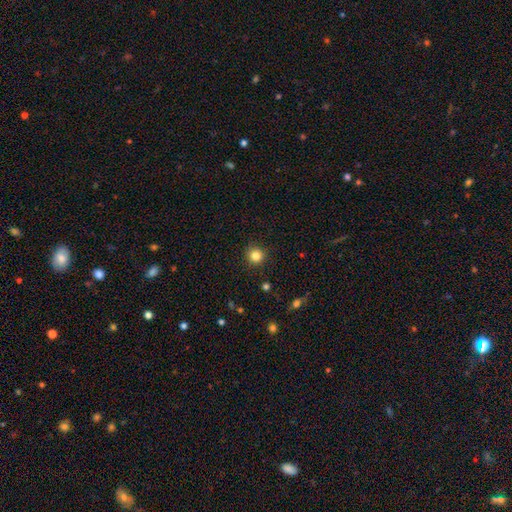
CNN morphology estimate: Overall: smooth (83%). How rounded: round (94%). Merging: none (91%).